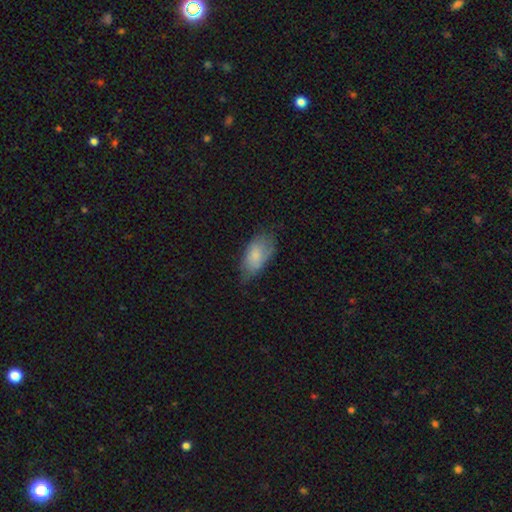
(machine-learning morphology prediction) Smooth or featured? Predicted: smooth (p=0.74). How rounded? Predicted: in between (p=0.92). Merging? Predicted: none (p=0.54).